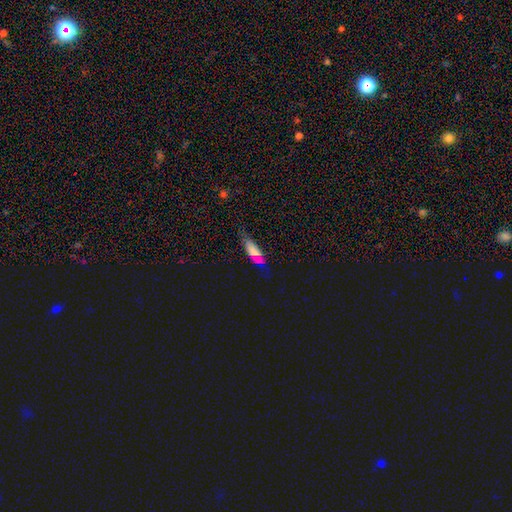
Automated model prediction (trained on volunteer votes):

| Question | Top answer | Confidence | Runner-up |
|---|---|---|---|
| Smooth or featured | smooth | 65% | featured or disk (19%) |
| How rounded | in between | 59% | cigar-shaped (38%) |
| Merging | none | 59% | minor disturbance (28%) |